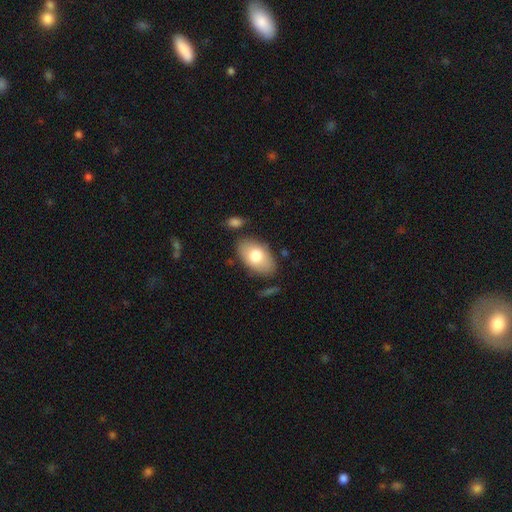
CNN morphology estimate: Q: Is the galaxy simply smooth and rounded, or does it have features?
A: smooth — 74%.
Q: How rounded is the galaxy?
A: in between — 92%.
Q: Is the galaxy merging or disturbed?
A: none — 79%.